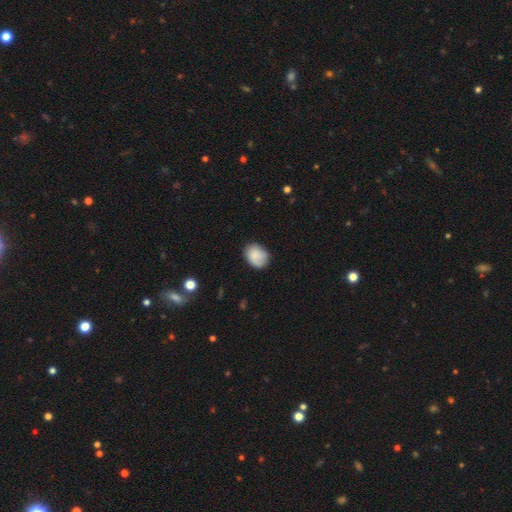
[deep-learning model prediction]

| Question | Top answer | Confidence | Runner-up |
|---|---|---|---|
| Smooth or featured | smooth | 81% | featured or disk (11%) |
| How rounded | in between | 58% | round (41%) |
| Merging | none | 72% | minor disturbance (21%) |